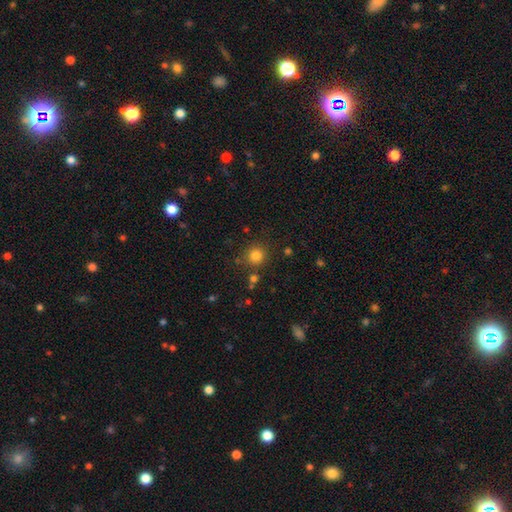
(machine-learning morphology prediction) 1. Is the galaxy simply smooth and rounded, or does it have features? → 81% smooth, 14% star or artifact, 5% featured or disk.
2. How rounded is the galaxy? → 92% round, 7% in between, 1% cigar-shaped.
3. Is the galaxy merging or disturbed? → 84% none, 8% minor disturbance, 5% merger, 3% major disturbance.